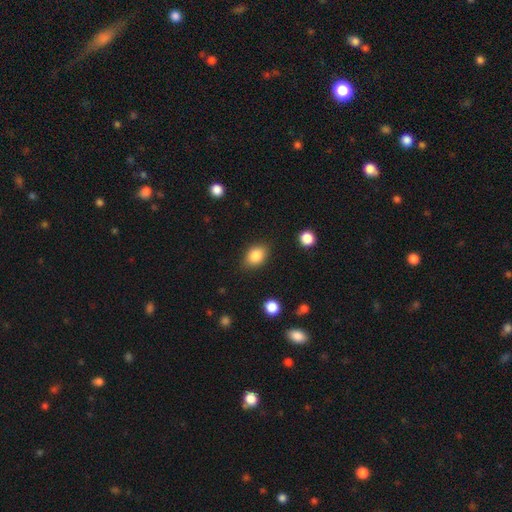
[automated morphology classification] Overall: smooth (85%). How rounded: in between (71%). Merging: none (83%).